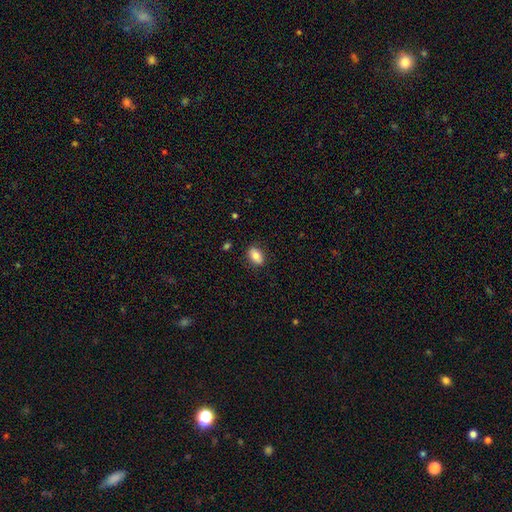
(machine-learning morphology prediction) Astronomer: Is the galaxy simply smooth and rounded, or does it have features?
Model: smooth — 80%.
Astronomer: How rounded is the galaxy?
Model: in between — 86%.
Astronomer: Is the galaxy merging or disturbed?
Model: none — 86%.